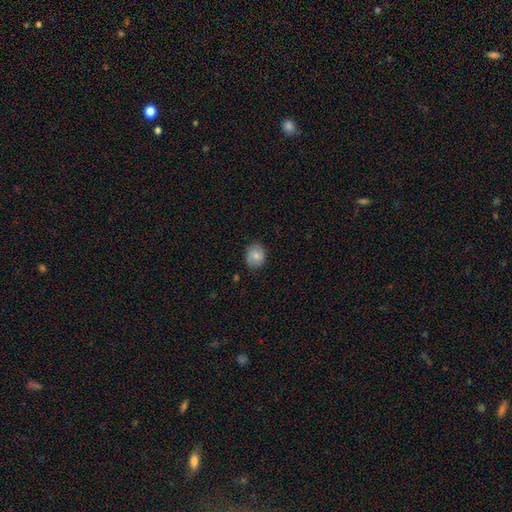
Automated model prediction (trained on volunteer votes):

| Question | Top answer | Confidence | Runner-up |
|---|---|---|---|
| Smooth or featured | smooth | 79% | featured or disk (14%) |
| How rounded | round | 71% | in between (28%) |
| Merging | none | 83% | minor disturbance (13%) |